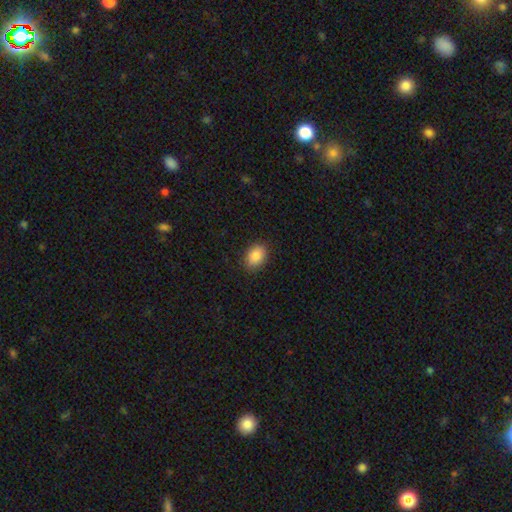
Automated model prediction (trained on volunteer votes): Smooth or featured: smooth — 88% (star or artifact — 8%)
How rounded: in between — 78% (round — 21%)
Merging: none — 88% (minor disturbance — 8%)